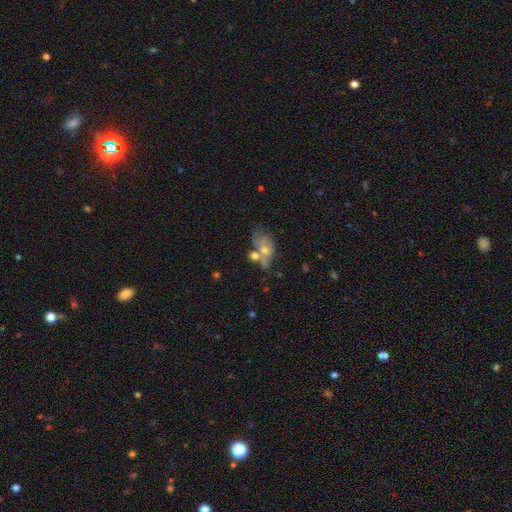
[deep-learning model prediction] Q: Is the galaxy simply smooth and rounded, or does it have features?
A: smooth — 55%.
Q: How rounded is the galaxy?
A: in between — 80%.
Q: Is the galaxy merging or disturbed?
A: merger — 41%.